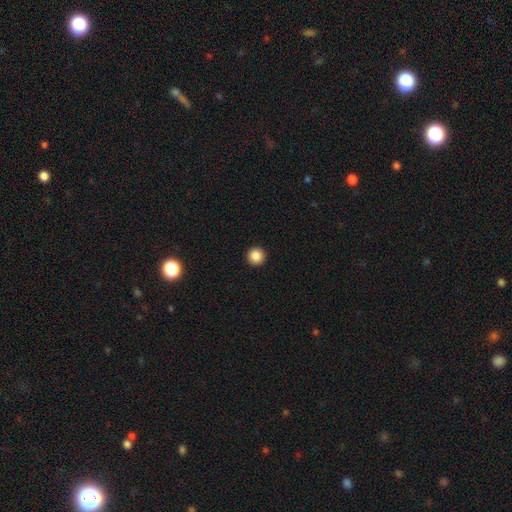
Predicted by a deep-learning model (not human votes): A smooth galaxy with no disk features (87%) that is round (96%).

Vote fractions:
- Smooth or featured? smooth: 87% / star or artifact: 10% / featured or disk: 3%
- How rounded? round: 96% / in between: 3% / cigar-shaped: 1%
- Merging? none: 94% / minor disturbance: 4% / major disturbance: 1% / merger: 1%